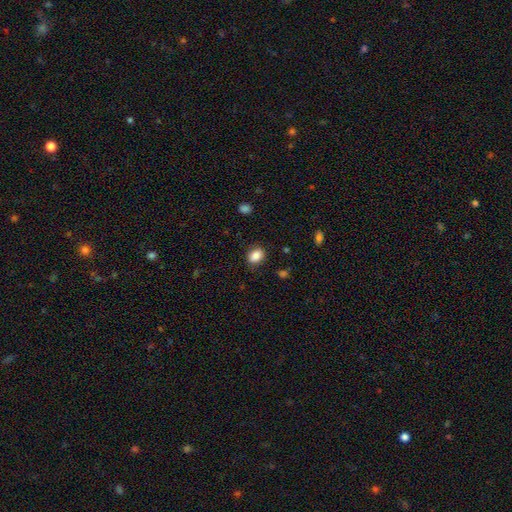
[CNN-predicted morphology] Smooth or featured: smooth — 86% (star or artifact — 9%)
How rounded: in between — 61% (round — 38%)
Merging: none — 84% (minor disturbance — 12%)